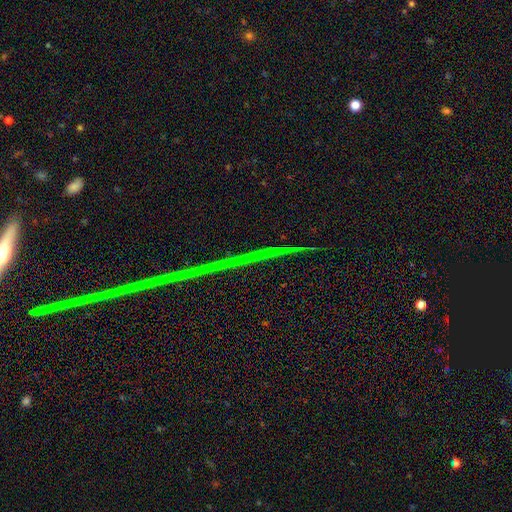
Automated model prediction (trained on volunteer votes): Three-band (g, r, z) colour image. It shows a star or artifact, not a galaxy (85%).